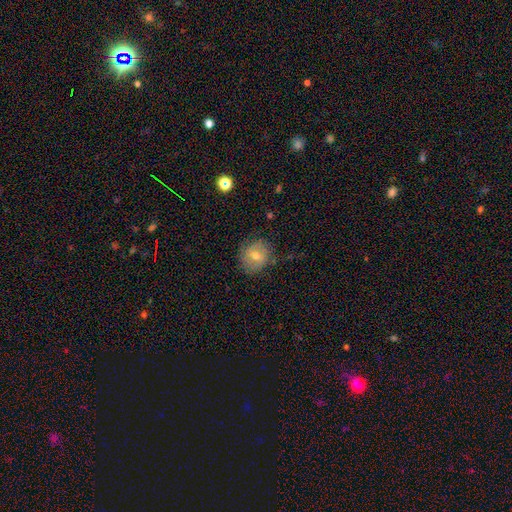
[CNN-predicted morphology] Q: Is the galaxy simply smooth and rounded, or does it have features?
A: smooth — 53%.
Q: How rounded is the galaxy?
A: round — 76%.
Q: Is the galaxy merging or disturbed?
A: none — 78%.